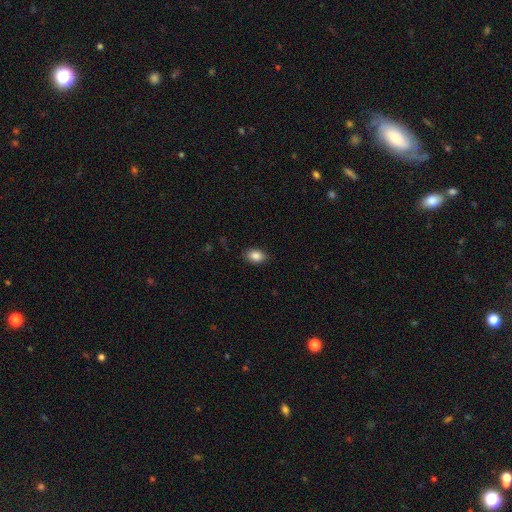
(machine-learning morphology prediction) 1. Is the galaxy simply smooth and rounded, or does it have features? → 87% smooth, 8% star or artifact, 5% featured or disk.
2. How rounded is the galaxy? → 81% in between, 18% round, 1% cigar-shaped.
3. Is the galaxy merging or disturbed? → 86% none, 11% minor disturbance, 2% major disturbance, 1% merger.